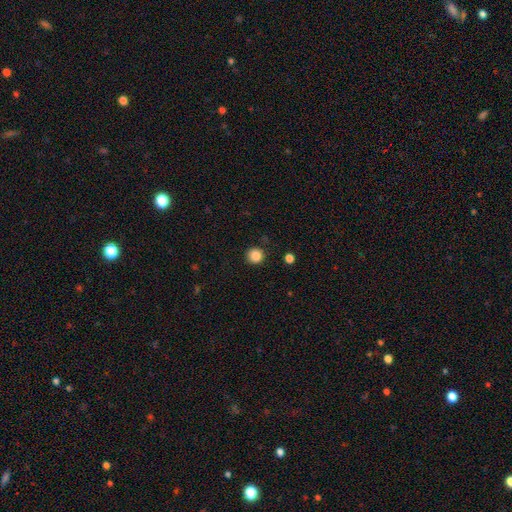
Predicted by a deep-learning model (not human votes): smooth 85%, star or artifact 11%, featured or disk 4%. Down the decision tree: how rounded — round (94%); merging — none (89%).